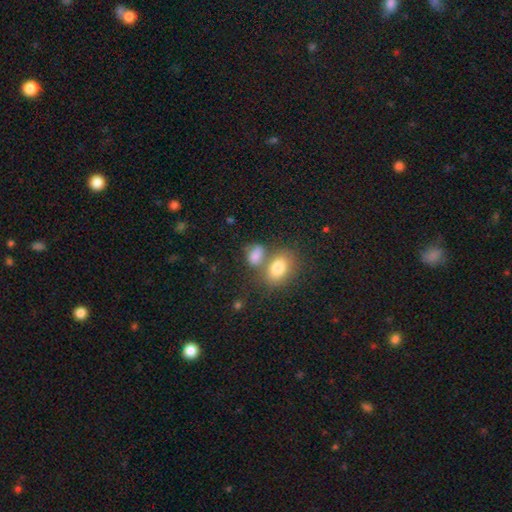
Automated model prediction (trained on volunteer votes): smooth_or_featured: smooth (p=0.80) [alt: star or artifact p=0.10]
how_rounded: in between (p=0.80) [alt: round p=0.18]
merging: merger (p=0.40) [alt: none p=0.39]